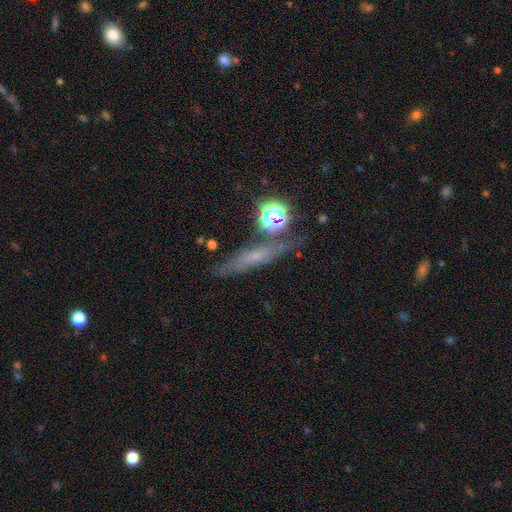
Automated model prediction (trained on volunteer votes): Smooth or featured? Predicted: smooth (p=0.41). Merging? Predicted: none (p=0.70).